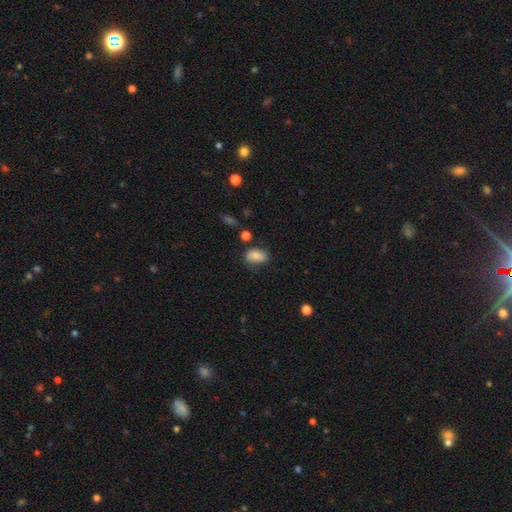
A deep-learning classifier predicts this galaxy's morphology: This is likely a smooth galaxy (74%). How rounded: clearly in between (88%). Merging: likely none (63%).